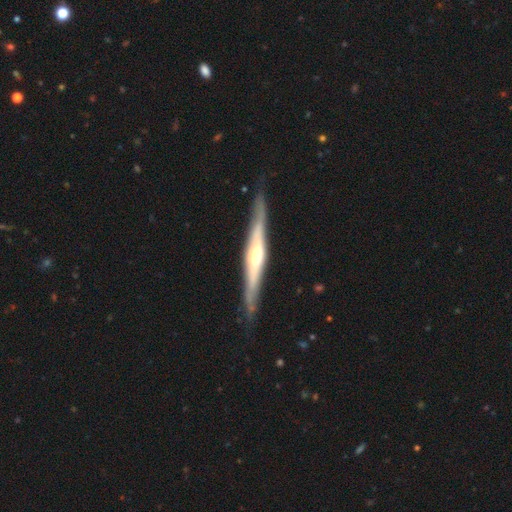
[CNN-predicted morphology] Smooth or featured?
  - featured or disk: 70% *
  - smooth: 25%
  - star or artifact: 5%
Edge-on disk?
  - yes: 95% *
  - no: 5%
Edge-on bulge?
  - rounded: 68% *
  - boxy: 17%
  - none: 15%
Merging?
  - none: 84% *
  - minor disturbance: 12%
  - major disturbance: 2%
  - merger: 2%